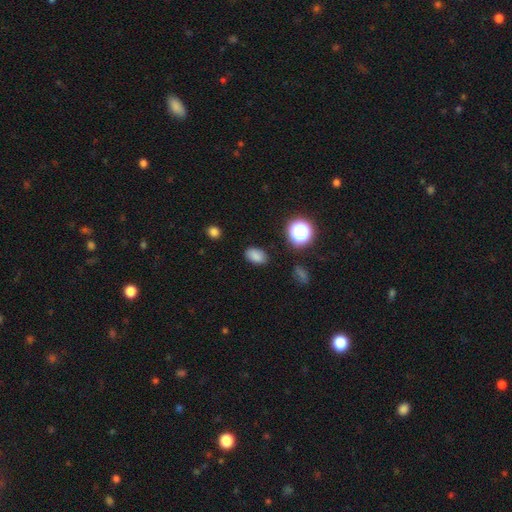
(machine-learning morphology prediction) This appears to be a smooth galaxy with no disk features (81%) that is in between round and cigar-shaped (85%). Merging: none (84%).